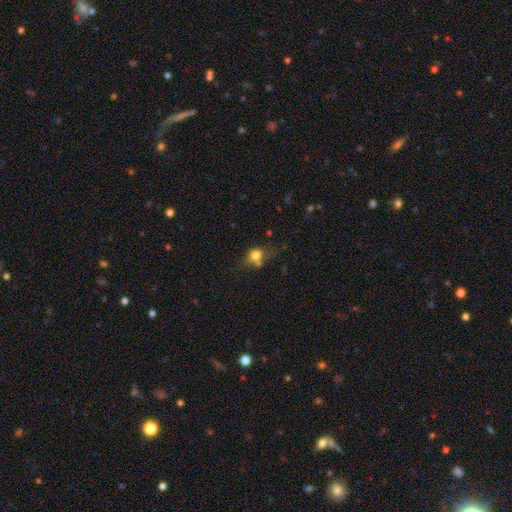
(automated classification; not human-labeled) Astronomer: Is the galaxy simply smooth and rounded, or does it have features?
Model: smooth — 72%.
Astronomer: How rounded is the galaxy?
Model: round — 60% (runner-up: in between, 37%).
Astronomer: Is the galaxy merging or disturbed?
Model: none — 44% (runner-up: merger, 27%).